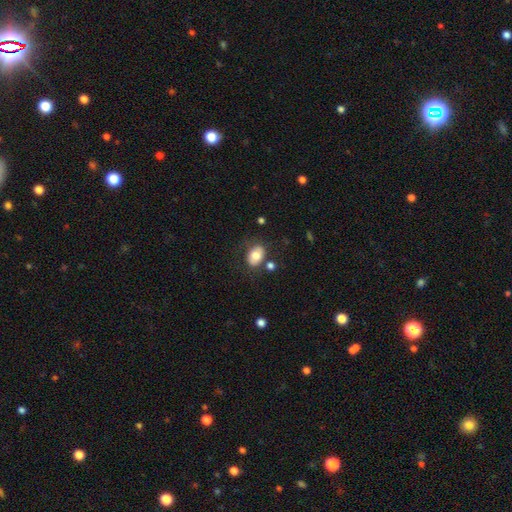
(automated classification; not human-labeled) Smooth or featured?
  - smooth: 74% *
  - featured or disk: 18%
  - star or artifact: 8%
How rounded?
  - in between: 74% *
  - round: 24%
  - cigar-shaped: 1%
Merging?
  - none: 69% *
  - minor disturbance: 17%
  - merger: 8%
  - major disturbance: 6%